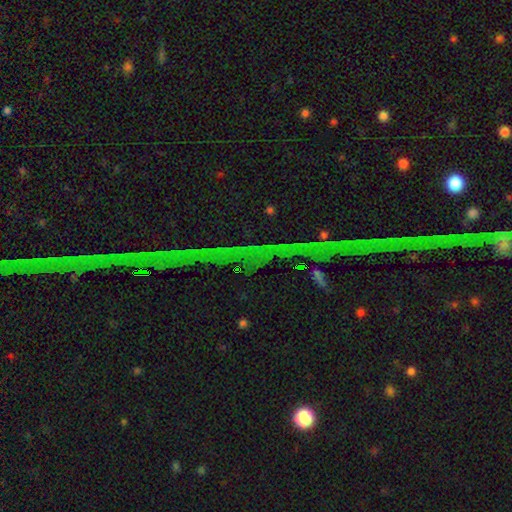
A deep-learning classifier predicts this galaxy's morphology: Q: Smooth or featured?
A: star or artifact (83%); runner-up: featured or disk (9%)